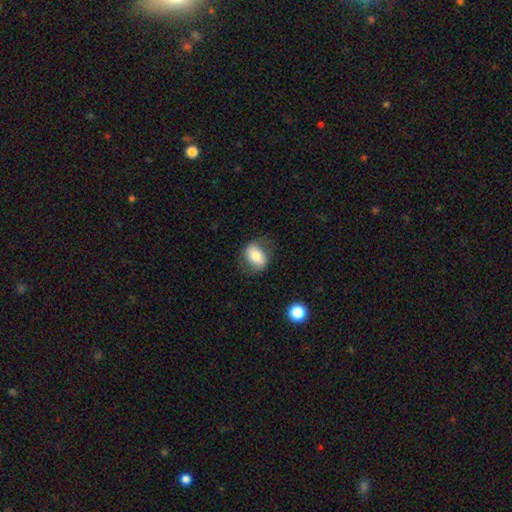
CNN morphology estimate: A smooth galaxy with no disk features (68%) that is in between round and cigar-shaped (73%). Merging: none (73%).